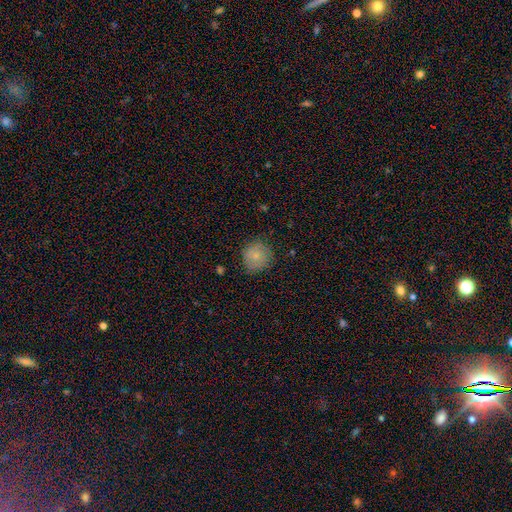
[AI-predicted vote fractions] This appears to be a smooth galaxy with no disk features (81%) that is round (91%). Merging: none (81%).